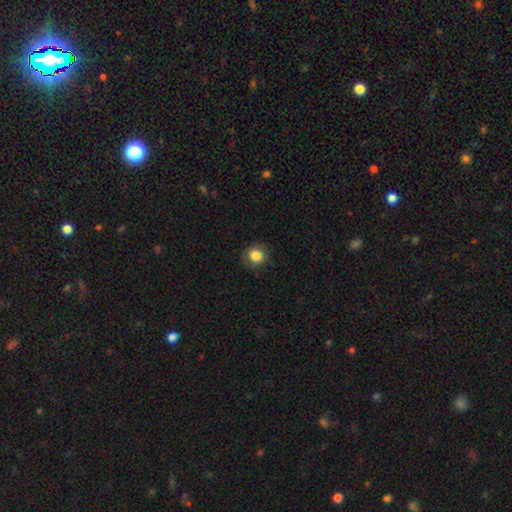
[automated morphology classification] smooth 83%, star or artifact 9%, featured or disk 7%. Down the decision tree: how rounded — round (87%); merging — none (83%).